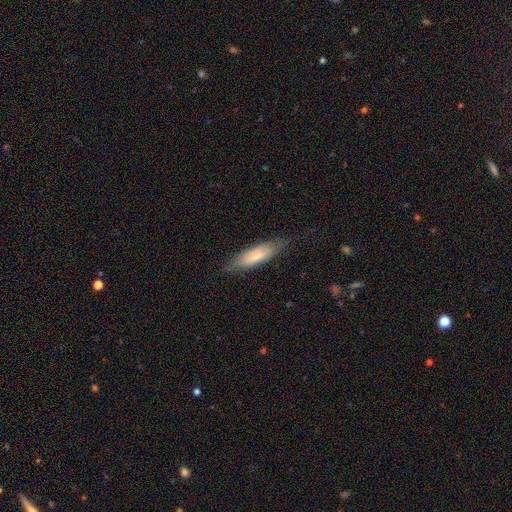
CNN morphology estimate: This is likely a smooth galaxy (69%). How rounded: possibly cigar-shaped (59%). Merging: likely none (72%).